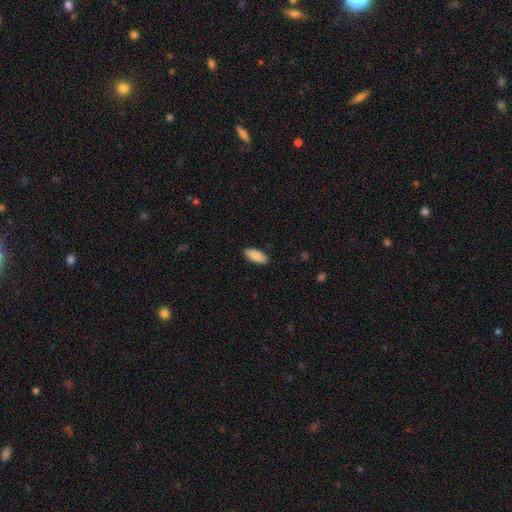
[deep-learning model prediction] Smooth or featured?
  - smooth: 89% *
  - star or artifact: 6%
  - featured or disk: 5%
How rounded?
  - in between: 86% *
  - cigar-shaped: 12%
  - round: 2%
Merging?
  - none: 89% *
  - minor disturbance: 8%
  - major disturbance: 2%
  - merger: 1%